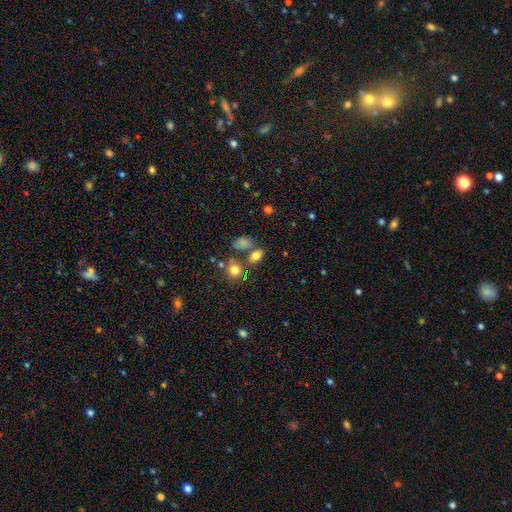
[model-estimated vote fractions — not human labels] Overall: smooth (78%). How rounded: in between (75%). Merging: none (58%; merger 24%).